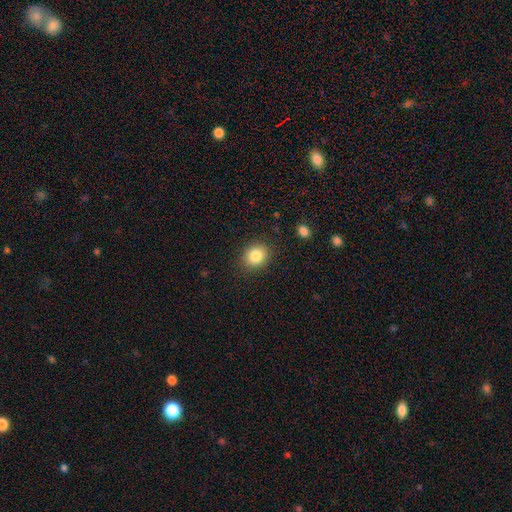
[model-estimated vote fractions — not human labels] Q: Smooth or featured?
A: smooth (84%); runner-up: star or artifact (9%)
Q: How rounded?
A: round (67%); runner-up: in between (32%)
Q: Merging?
A: none (88%); runner-up: minor disturbance (8%)